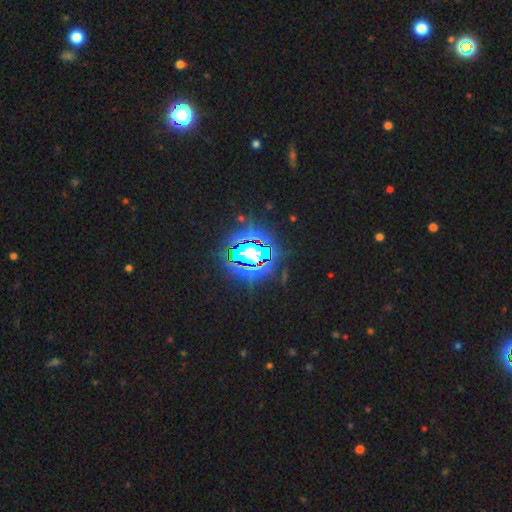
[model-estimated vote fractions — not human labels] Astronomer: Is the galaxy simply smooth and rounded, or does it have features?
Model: star or artifact — 77%.